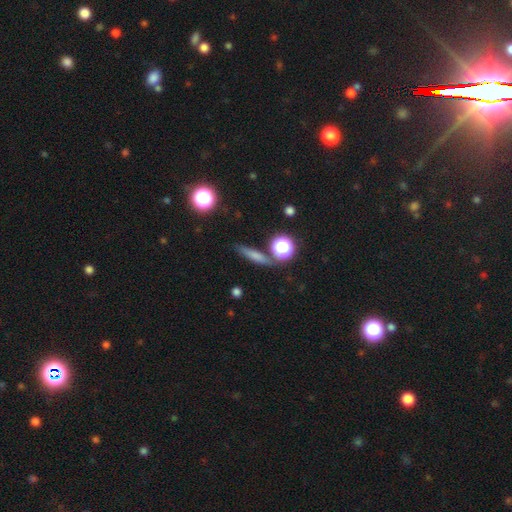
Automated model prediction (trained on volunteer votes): Smooth or featured? Predicted: smooth (p=0.66). How rounded? Predicted: cigar-shaped (p=0.68). Merging? Predicted: none (p=0.78).